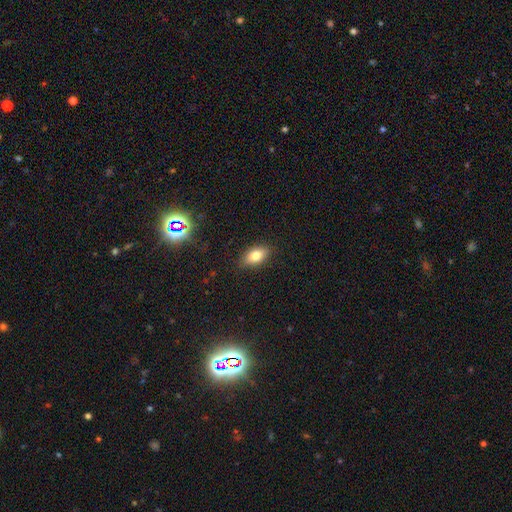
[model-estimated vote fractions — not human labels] A smooth galaxy with no disk features (79%) that is in between round and cigar-shaped (88%).

Vote fractions:
- Smooth or featured? smooth: 79% / featured or disk: 12% / star or artifact: 9%
- How rounded? in between: 88% / round: 7% / cigar-shaped: 5%
- Merging? none: 86% / minor disturbance: 10% / major disturbance: 2% / merger: 1%